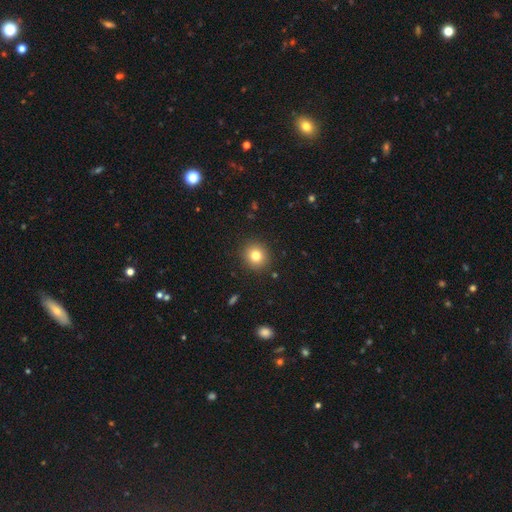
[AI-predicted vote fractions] Smooth or featured? smooth (79%)
How rounded? round (89%)
Merging? none (91%)